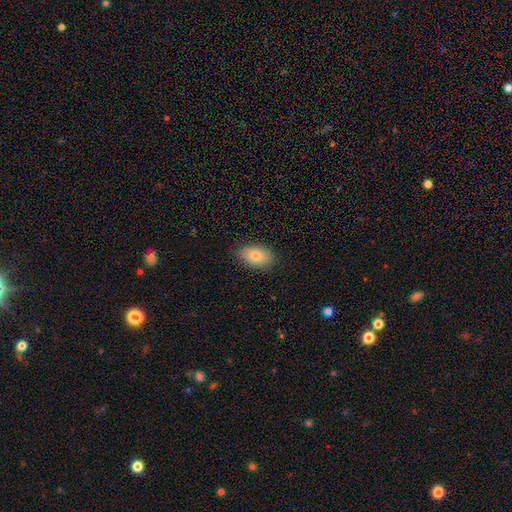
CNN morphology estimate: smooth 80%, featured or disk 12%, star or artifact 8%. Down the decision tree: how rounded — in between (90%); merging — none (84%).